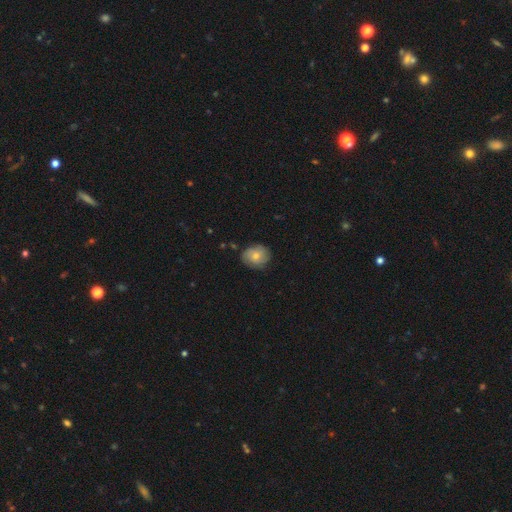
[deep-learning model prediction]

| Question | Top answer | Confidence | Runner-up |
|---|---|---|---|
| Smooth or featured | smooth | 64% | featured or disk (28%) |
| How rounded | round | 67% | in between (32%) |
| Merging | none | 79% | minor disturbance (17%) |